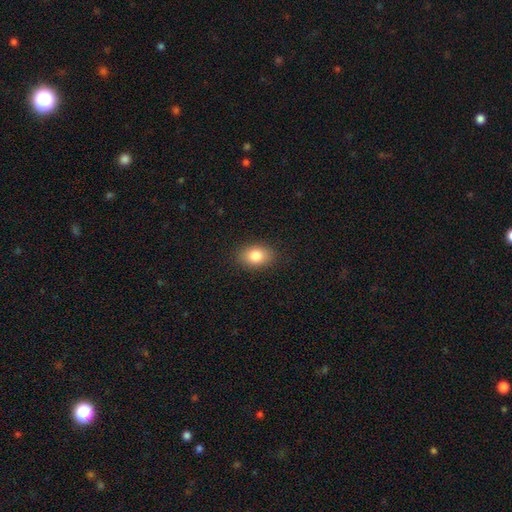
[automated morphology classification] A smooth galaxy with no disk features (83%) that is in between round and cigar-shaped (77%).

Vote fractions:
- Smooth or featured? smooth: 83% / star or artifact: 9% / featured or disk: 8%
- How rounded? in between: 77% / round: 22% / cigar-shaped: 1%
- Merging? none: 88% / minor disturbance: 9% / major disturbance: 2% / merger: 1%